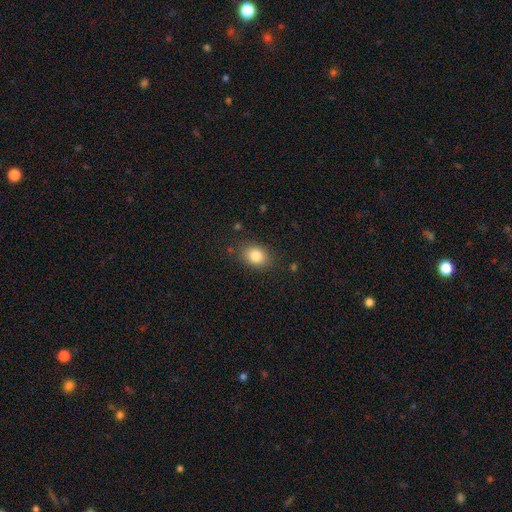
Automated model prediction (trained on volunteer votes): A smooth galaxy with no disk features (84%) that is in between round and cigar-shaped (61%).

Vote fractions:
- Smooth or featured? smooth: 84% / star or artifact: 9% / featured or disk: 7%
- How rounded? in between: 61% / round: 38% / cigar-shaped: 1%
- Merging? none: 84% / minor disturbance: 11% / major disturbance: 3% / merger: 2%